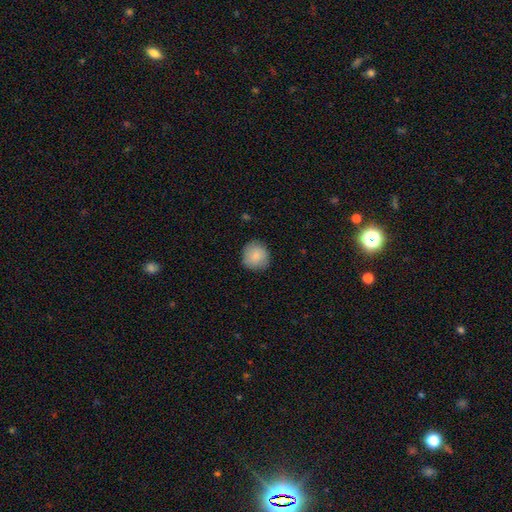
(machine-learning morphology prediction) smooth_or_featured: smooth (p=0.87) [alt: star or artifact p=0.07]
how_rounded: round (p=0.89) [alt: in between p=0.10]
merging: none (p=0.85) [alt: minor disturbance p=0.11]